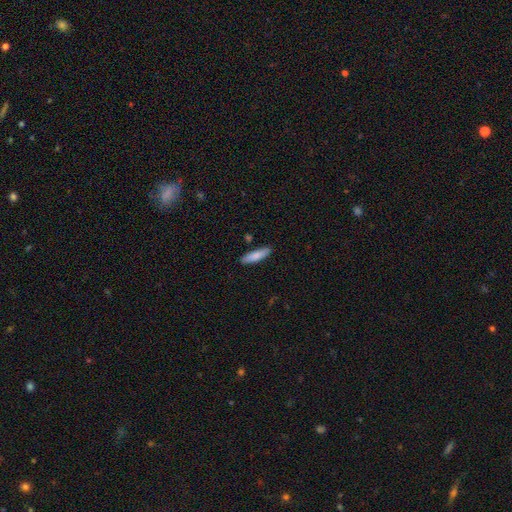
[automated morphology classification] Smooth or featured?
  - smooth: 83% *
  - featured or disk: 12%
  - star or artifact: 6%
How rounded?
  - cigar-shaped: 68% *
  - in between: 30%
  - round: 2%
Merging?
  - none: 88% *
  - minor disturbance: 9%
  - merger: 2%
  - major disturbance: 2%